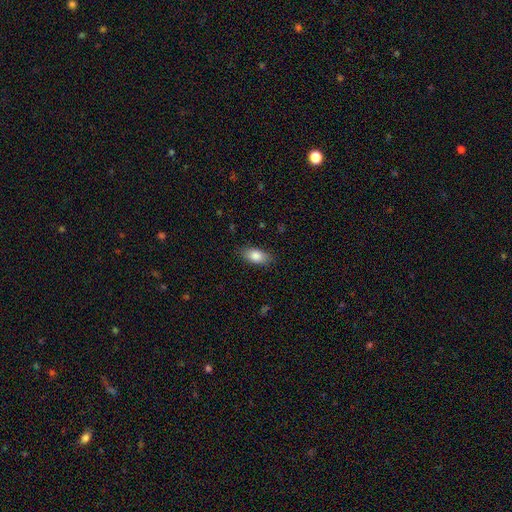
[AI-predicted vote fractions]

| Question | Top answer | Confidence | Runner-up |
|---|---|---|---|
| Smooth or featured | smooth | 84% | featured or disk (9%) |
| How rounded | in between | 88% | cigar-shaped (8%) |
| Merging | none | 84% | minor disturbance (12%) |